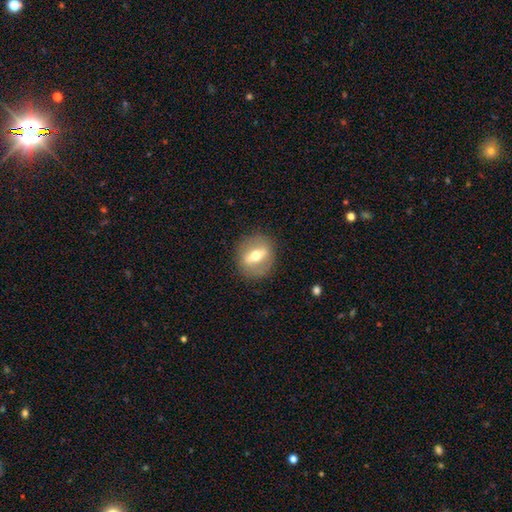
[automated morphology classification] This is possibly a featured or disk galaxy (54%). It is likely not viewed edge-on (66%). Merging: clearly none (86%).